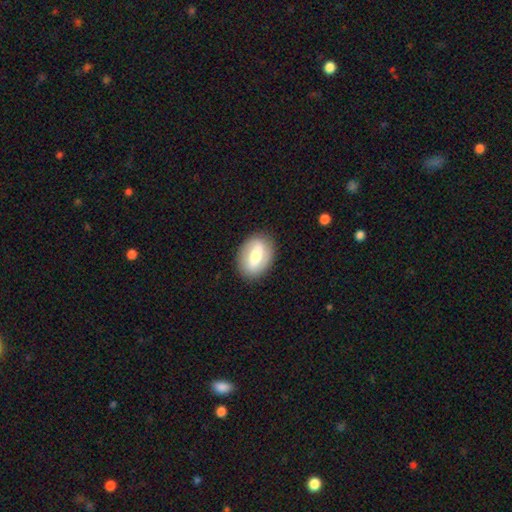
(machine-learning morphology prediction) Smooth or featured? featured or disk (48%)
Merging? none (86%)